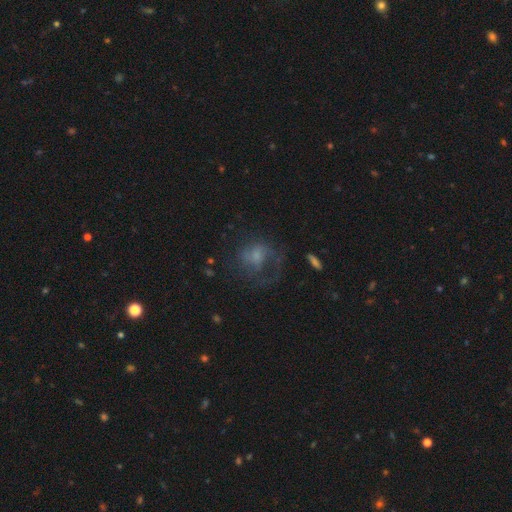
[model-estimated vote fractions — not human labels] Smooth or featured: featured or disk — 45% (smooth — 42%)
Merging: major disturbance — 43% (none — 36%)